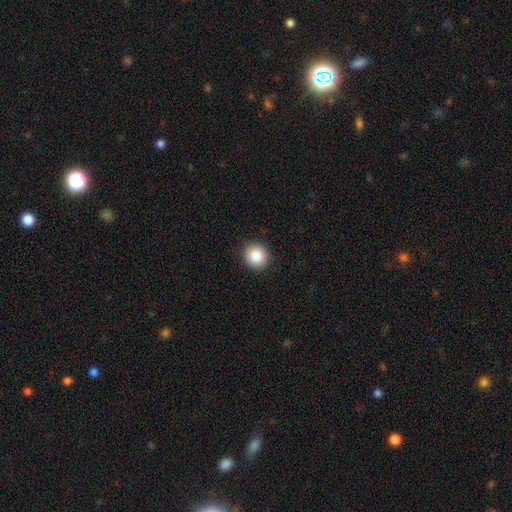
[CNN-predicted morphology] Smooth or featured? smooth (86%)
How rounded? round (90%)
Merging? none (92%)